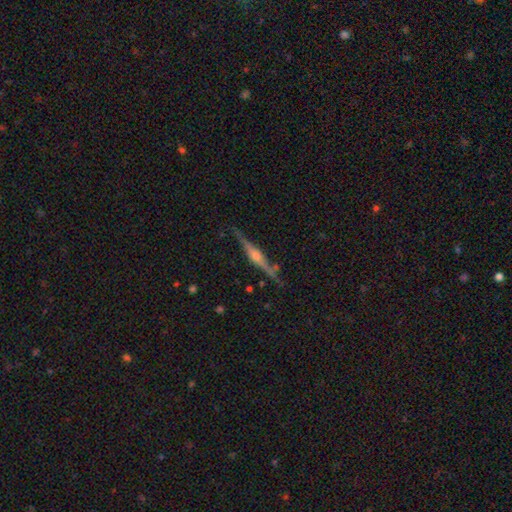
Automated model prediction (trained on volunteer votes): This is clearly a featured or disk galaxy (82%). It is clearly viewed edge-on (98%). Edge-on bulge: clearly rounded (85%). Merging: clearly none (83%).